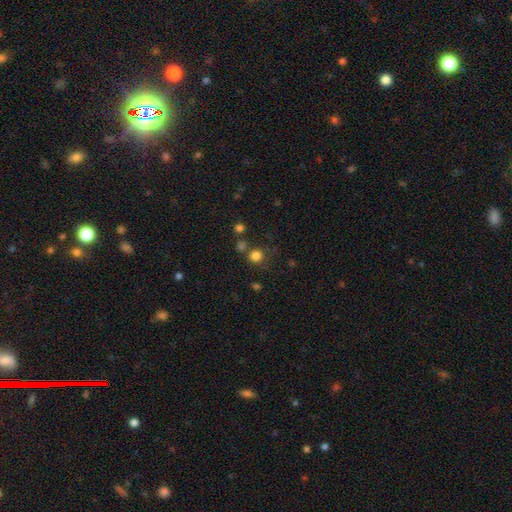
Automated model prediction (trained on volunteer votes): Overall: smooth (80%). How rounded: round (89%). Merging: none (72%).